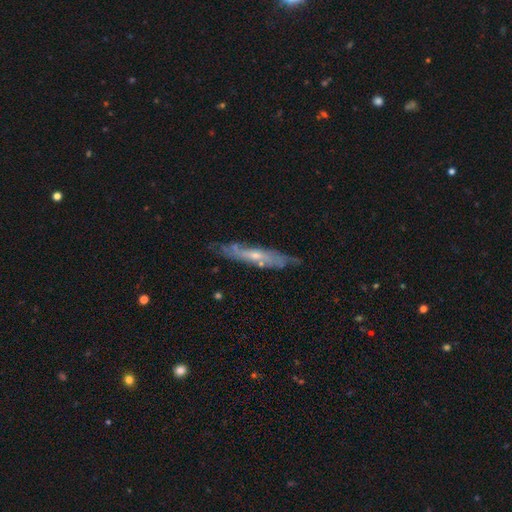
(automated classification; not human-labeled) Smooth or featured? Predicted: featured or disk (p=0.69). Edge-on disk? Predicted: yes (p=0.61). Merging? Predicted: none (p=0.72).